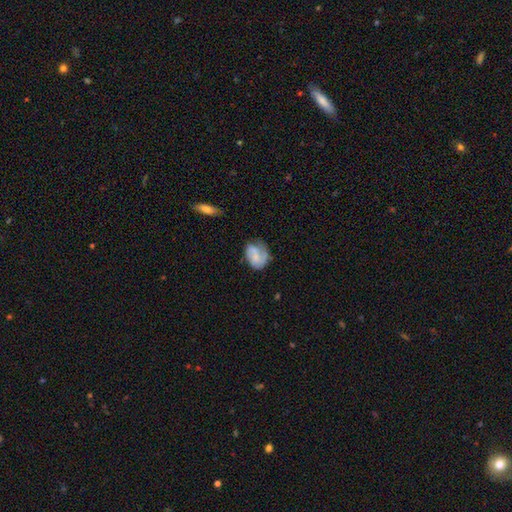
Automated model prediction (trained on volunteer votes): Overall: featured or disk (51%; smooth 42%). Edge-on disk: no (97%). Merging: none (51%; minor disturbance 29%).